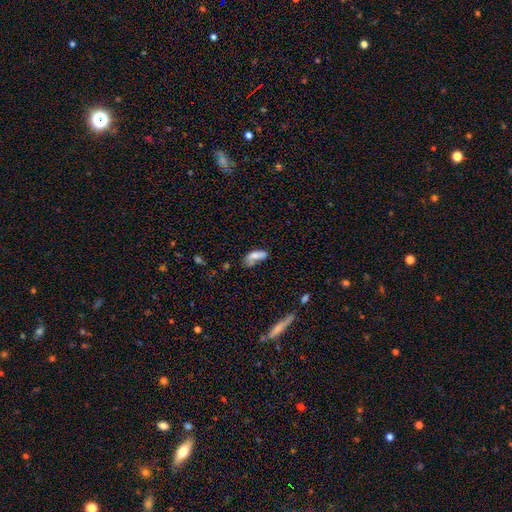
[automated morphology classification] Smooth or featured?
  - smooth: 72% *
  - featured or disk: 19%
  - star or artifact: 9%
How rounded?
  - in between: 72% *
  - cigar-shaped: 25%
  - round: 3%
Merging?
  - none: 33% *
  - minor disturbance: 25%
  - merger: 24%
  - major disturbance: 17%